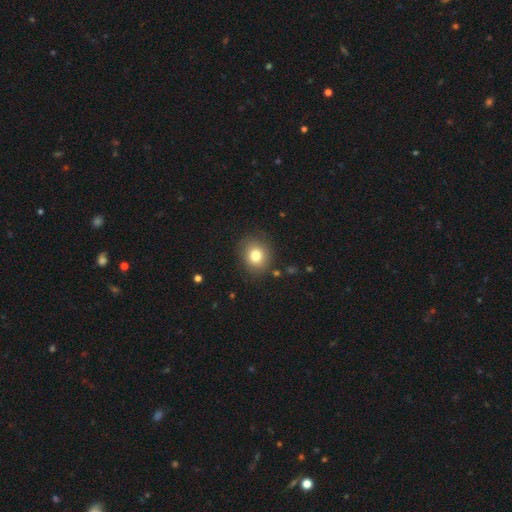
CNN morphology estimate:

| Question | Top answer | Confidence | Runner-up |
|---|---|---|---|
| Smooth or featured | smooth | 79% | star or artifact (11%) |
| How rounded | round | 71% | in between (28%) |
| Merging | none | 85% | minor disturbance (10%) |